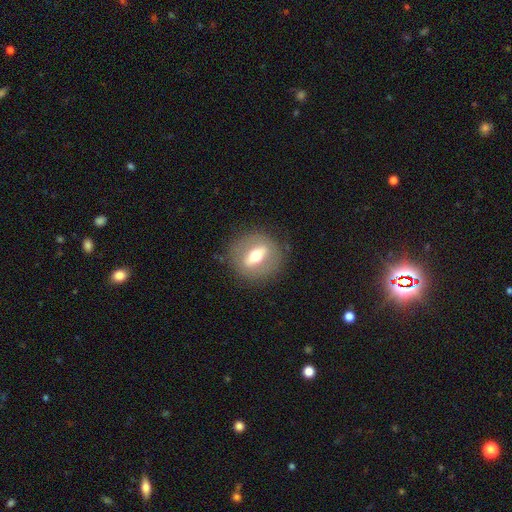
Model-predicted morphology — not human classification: featured or disk 57%, smooth 35%, star or artifact 8%. Down the decision tree: edge-on disk — no (63%); merging — none (84%).